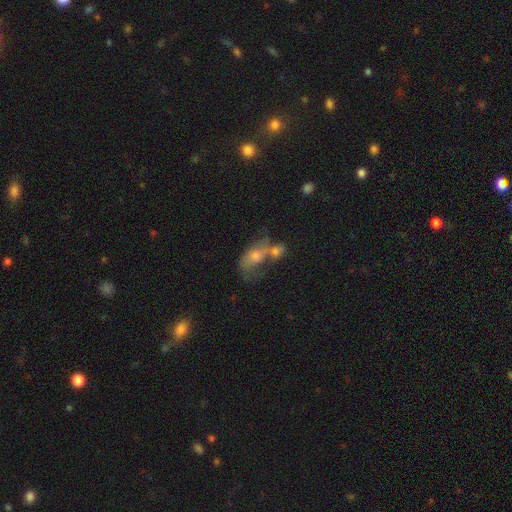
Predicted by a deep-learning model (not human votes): Overall: smooth (47%; featured or disk 41%). Merging: merger (53%; none 20%).